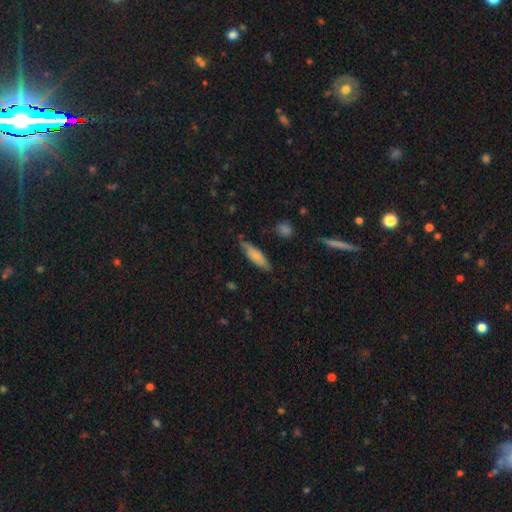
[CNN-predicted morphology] A smooth galaxy with no disk features (77%) that is cigar-shaped (57%).

Vote fractions:
- Smooth or featured? smooth: 77% / featured or disk: 16% / star or artifact: 7%
- How rounded? cigar-shaped: 57% / in between: 41% / round: 2%
- Merging? none: 74% / minor disturbance: 20% / major disturbance: 4% / merger: 2%